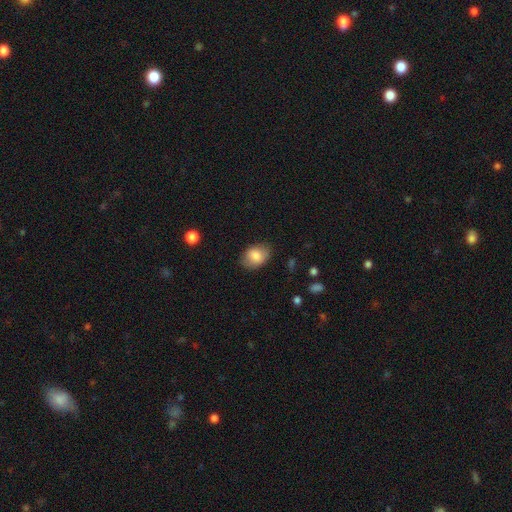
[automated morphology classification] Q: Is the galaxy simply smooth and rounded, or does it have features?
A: smooth — 82%.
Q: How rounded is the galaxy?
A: in between — 73%.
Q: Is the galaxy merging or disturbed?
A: none — 80%.